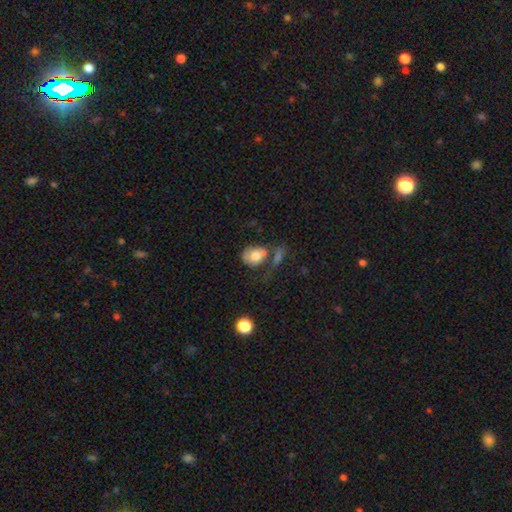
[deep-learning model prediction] A smooth galaxy with no disk features (69%) that is in between round and cigar-shaped (59%). Merging: none (30%).